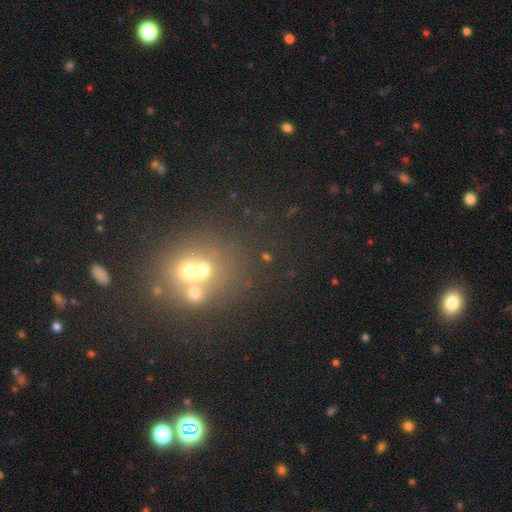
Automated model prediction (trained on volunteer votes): star or artifact 44%, smooth 39%, featured or disk 17%.